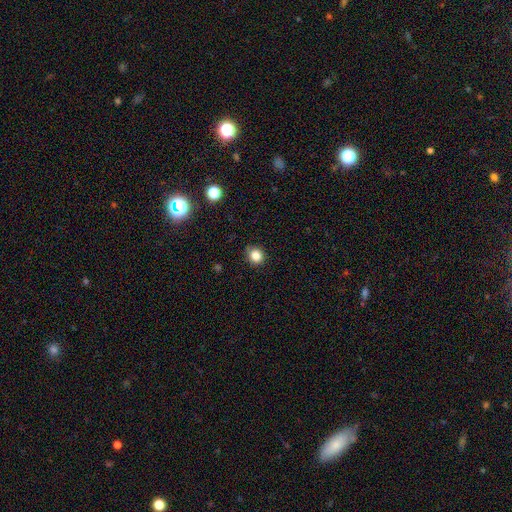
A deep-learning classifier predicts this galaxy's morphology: smooth_or_featured: smooth (p=0.82) [alt: star or artifact p=0.13]
how_rounded: round (p=0.85) [alt: in between p=0.14]
merging: none (p=0.85) [alt: minor disturbance p=0.12]